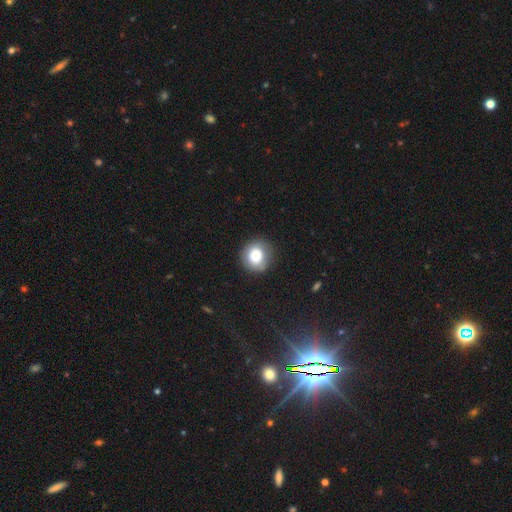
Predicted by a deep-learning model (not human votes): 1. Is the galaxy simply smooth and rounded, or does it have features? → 74% smooth, 16% featured or disk, 10% star or artifact.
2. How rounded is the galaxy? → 89% round, 10% in between, 1% cigar-shaped.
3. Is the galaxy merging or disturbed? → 84% none, 11% minor disturbance, 3% major disturbance, 1% merger.